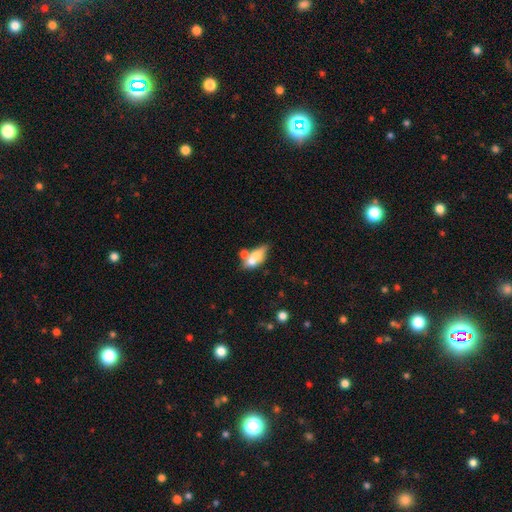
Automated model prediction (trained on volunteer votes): This appears to be a smooth galaxy with no disk features (58%) that is in between round and cigar-shaped (72%). Merging: merger (48%).